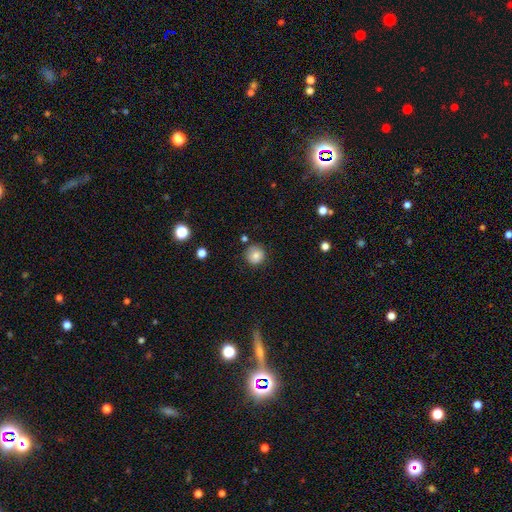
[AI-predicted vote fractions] A smooth galaxy with no disk features (80%) that is round (94%).

Vote fractions:
- Smooth or featured? smooth: 80% / star or artifact: 11% / featured or disk: 9%
- How rounded? round: 94% / in between: 5% / cigar-shaped: 1%
- Merging? none: 84% / minor disturbance: 10% / merger: 3% / major disturbance: 3%